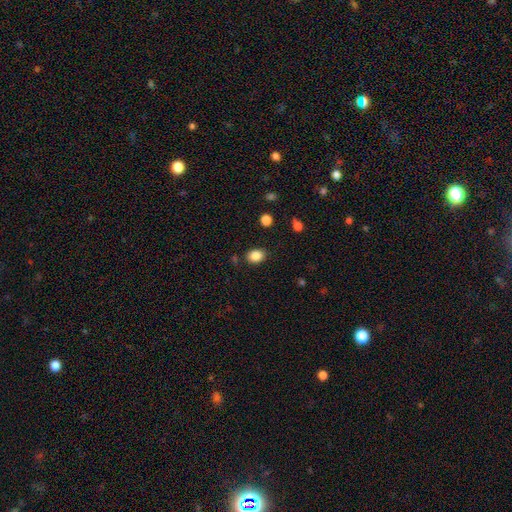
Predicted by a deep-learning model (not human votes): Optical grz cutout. It shows a smooth galaxy with no disk features (86%) that is in between round and cigar-shaped (65%). Merging: none (84%).